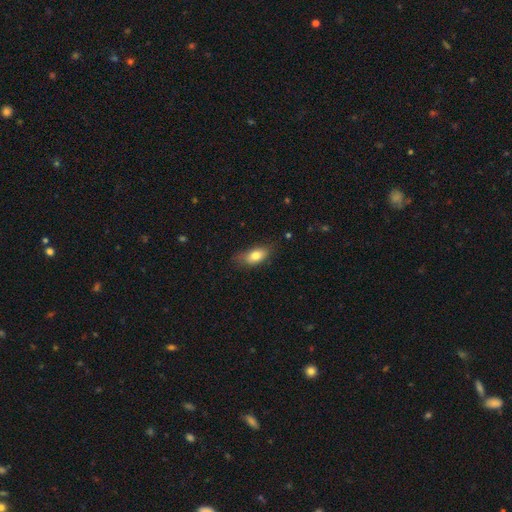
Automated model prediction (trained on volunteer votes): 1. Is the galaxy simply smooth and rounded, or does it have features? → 79% smooth, 14% featured or disk, 7% star or artifact.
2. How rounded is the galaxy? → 86% in between, 8% cigar-shaped, 6% round.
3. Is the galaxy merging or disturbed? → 70% none, 23% minor disturbance, 5% major disturbance, 1% merger.